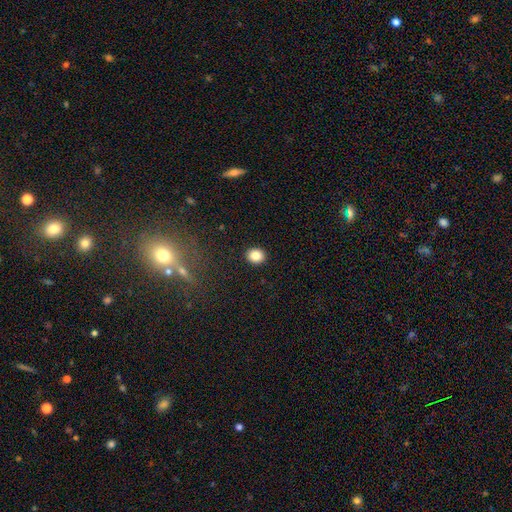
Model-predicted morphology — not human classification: A smooth galaxy with no disk features (84%) that is round (71%).

Vote fractions:
- Smooth or featured? smooth: 84% / star or artifact: 10% / featured or disk: 5%
- How rounded? round: 71% / in between: 28% / cigar-shaped: 1%
- Merging? none: 92% / minor disturbance: 5% / major disturbance: 2% / merger: 1%